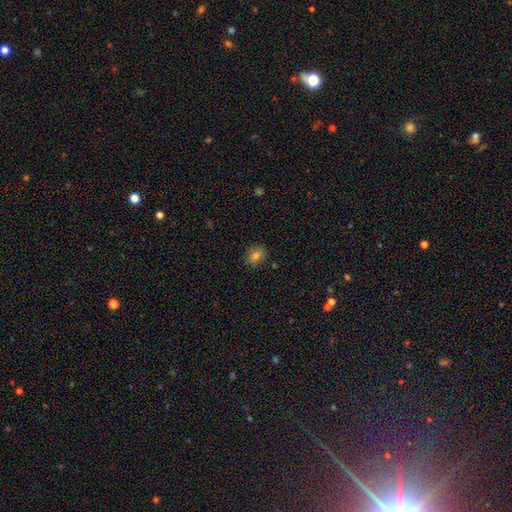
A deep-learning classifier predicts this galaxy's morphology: Smooth or featured: smooth — 77% (star or artifact — 12%)
How rounded: in between — 62% (round — 35%)
Merging: none — 85% (minor disturbance — 11%)